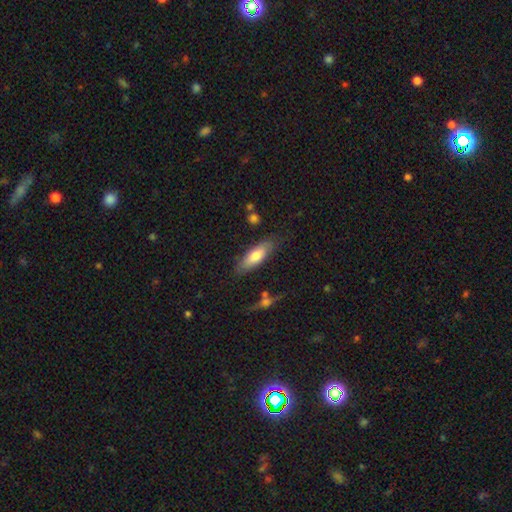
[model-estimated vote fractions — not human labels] Smooth or featured?
  - smooth: 72% *
  - featured or disk: 23%
  - star or artifact: 6%
How rounded?
  - in between: 63% *
  - cigar-shaped: 35%
  - round: 2%
Merging?
  - none: 76% *
  - minor disturbance: 17%
  - major disturbance: 4%
  - merger: 3%